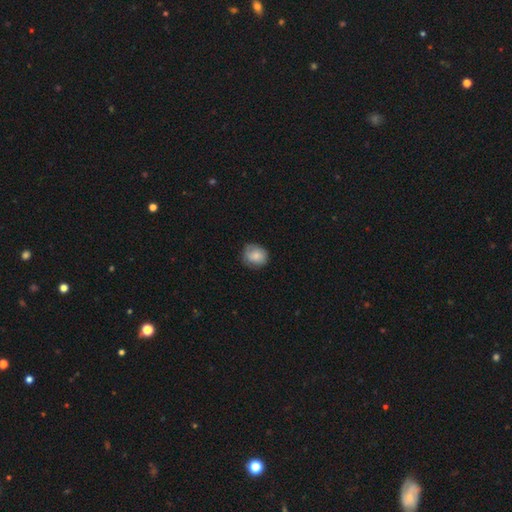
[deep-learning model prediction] Smooth or featured? Predicted: smooth (p=0.77). How rounded? Predicted: round (p=0.75). Merging? Predicted: none (p=0.70).